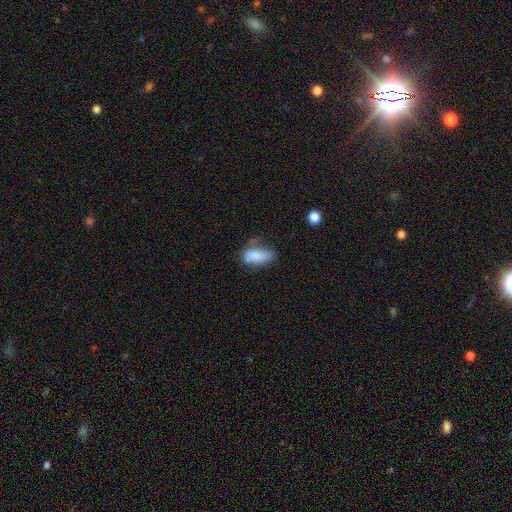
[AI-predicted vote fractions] A smooth galaxy with no disk features (82%) that is in between round and cigar-shaped (88%). Merging: none (47%).